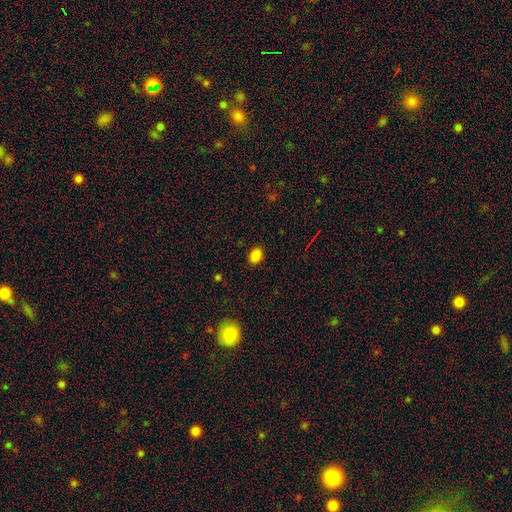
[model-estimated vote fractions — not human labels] Q: Smooth or featured?
A: smooth (84%); runner-up: star or artifact (12%)
Q: How rounded?
A: in between (62%); runner-up: round (37%)
Q: Merging?
A: none (88%); runner-up: minor disturbance (9%)